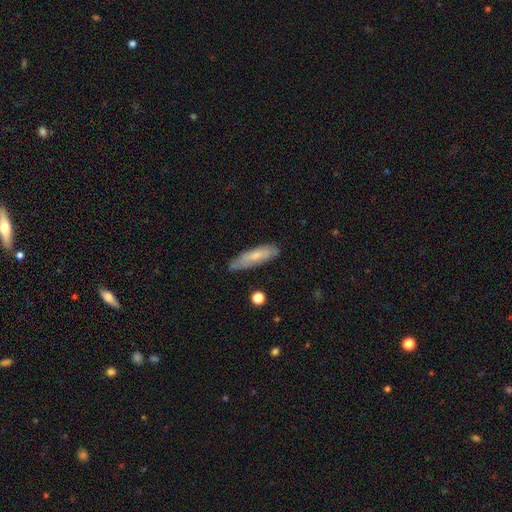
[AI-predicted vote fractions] smooth_or_featured: smooth (p=0.59) [alt: featured or disk p=0.34]
how_rounded: cigar-shaped (p=0.60) [alt: in between p=0.38]
merging: none (p=0.74) [alt: minor disturbance p=0.20]